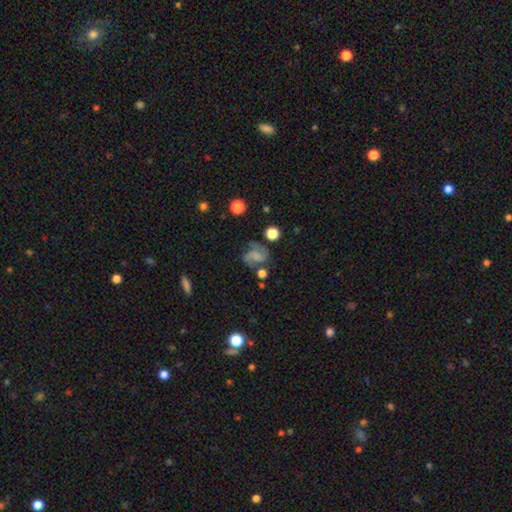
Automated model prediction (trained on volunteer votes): featured or disk 61%, smooth 28%, star or artifact 11%. Down the decision tree: edge-on disk — no (98%); bar — no (52%); spiral arms — yes (90%); spiral arm count — 2 (77%); spiral winding — medium (47%); bulge size — none (53%); merging — none (50%).